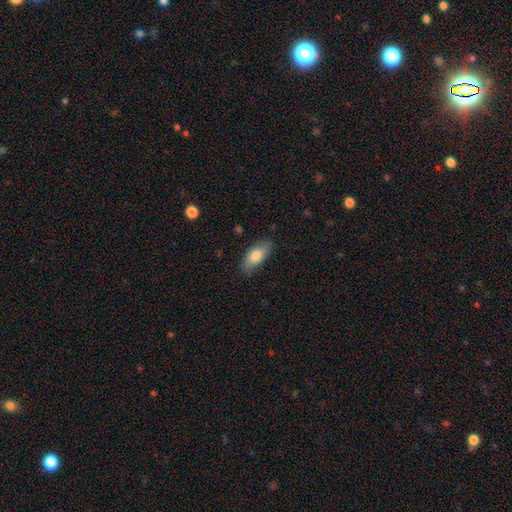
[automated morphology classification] A smooth galaxy with no disk features (79%) that is in between round and cigar-shaped (85%).

Vote fractions:
- Smooth or featured? smooth: 79% / featured or disk: 14% / star or artifact: 6%
- How rounded? in between: 85% / cigar-shaped: 13% / round: 3%
- Merging? none: 84% / minor disturbance: 12% / major disturbance: 3% / merger: 1%